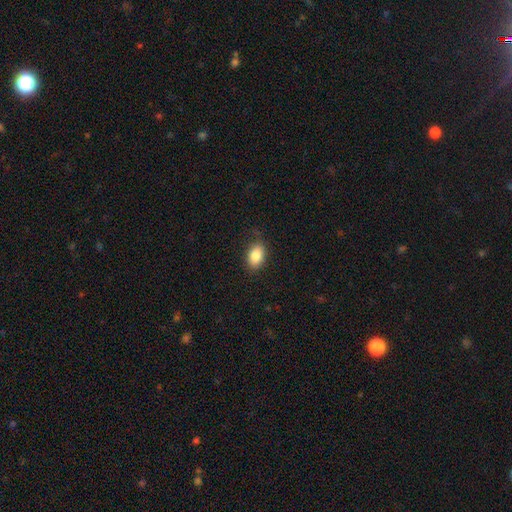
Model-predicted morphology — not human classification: Q: Smooth or featured?
A: smooth (84%); runner-up: star or artifact (8%)
Q: How rounded?
A: in between (85%); runner-up: round (14%)
Q: Merging?
A: none (83%); runner-up: minor disturbance (13%)